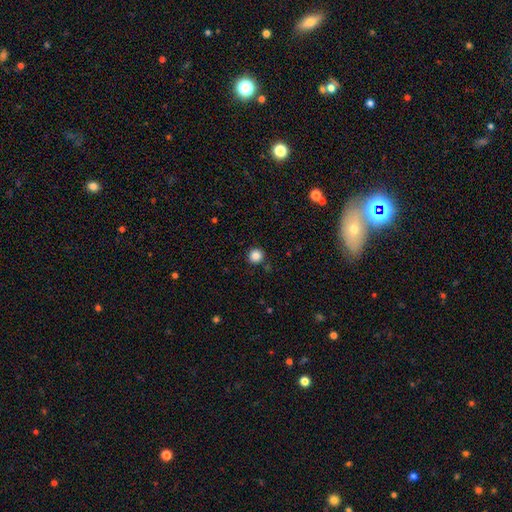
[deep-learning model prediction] A smooth galaxy with no disk features (85%) that is round (94%).

Vote fractions:
- Smooth or featured? smooth: 85% / star or artifact: 11% / featured or disk: 4%
- How rounded? round: 94% / in between: 5% / cigar-shaped: 1%
- Merging? none: 90% / minor disturbance: 6% / merger: 2% / major disturbance: 2%